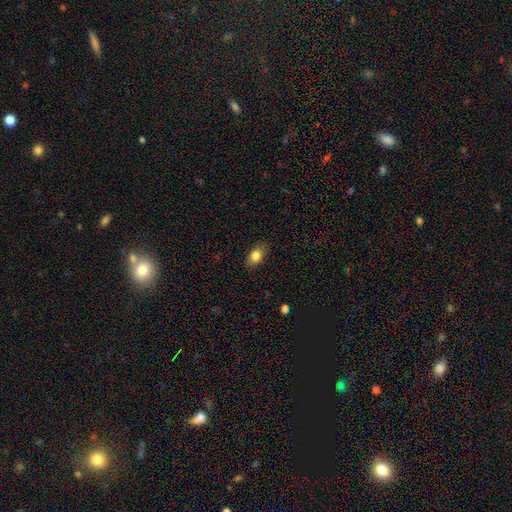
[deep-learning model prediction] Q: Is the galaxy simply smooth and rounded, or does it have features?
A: smooth — 82%.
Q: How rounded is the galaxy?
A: in between — 83%.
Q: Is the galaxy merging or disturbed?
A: none — 84%.